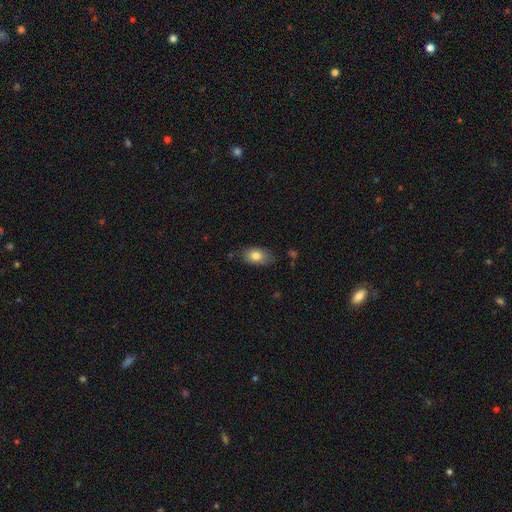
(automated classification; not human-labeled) Smooth or featured?
  - smooth: 81% *
  - featured or disk: 11%
  - star or artifact: 8%
How rounded?
  - in between: 88% *
  - round: 10%
  - cigar-shaped: 2%
Merging?
  - none: 75% *
  - minor disturbance: 20%
  - major disturbance: 4%
  - merger: 2%